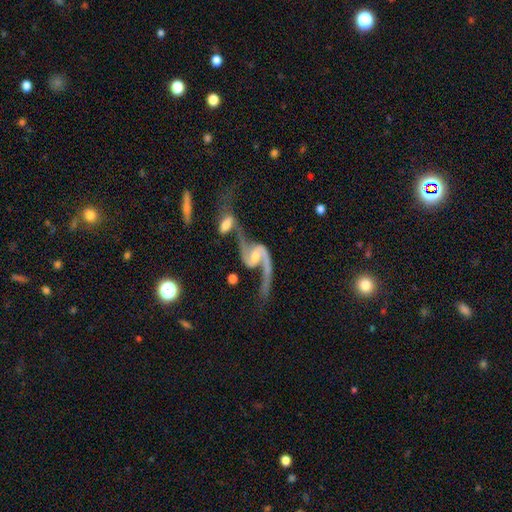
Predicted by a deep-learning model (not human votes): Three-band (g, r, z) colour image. It shows a featured or disk galaxy (90%) with a weak bar (44%), 2 (89%) loose (68%) spiral arms (96%) and a small central bulge (47%). Merging: merger (41%).